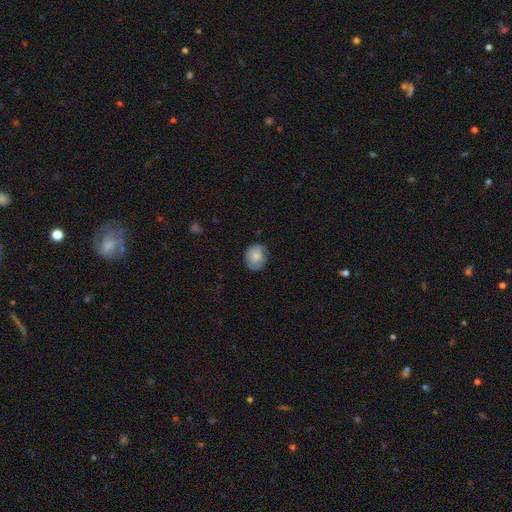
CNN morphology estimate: A smooth galaxy with no disk features (72%) that is round (67%).

Vote fractions:
- Smooth or featured? smooth: 72% / featured or disk: 21% / star or artifact: 7%
- How rounded? round: 67% / in between: 32% / cigar-shaped: 1%
- Merging? none: 70% / minor disturbance: 23% / major disturbance: 6% / merger: 1%